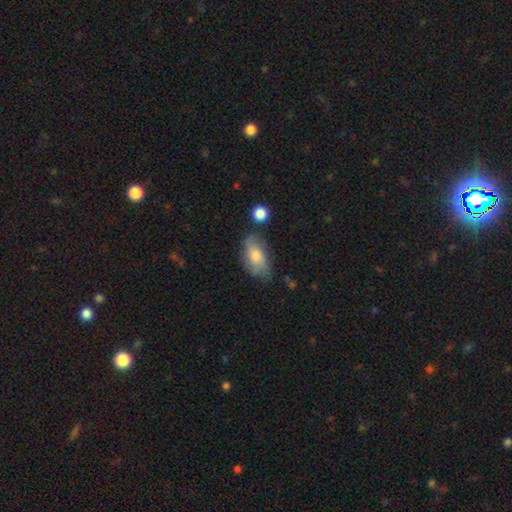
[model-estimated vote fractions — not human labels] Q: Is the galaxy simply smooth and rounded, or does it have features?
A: smooth — 64%.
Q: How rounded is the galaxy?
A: in between — 90%.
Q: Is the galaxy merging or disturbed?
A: none — 57%.